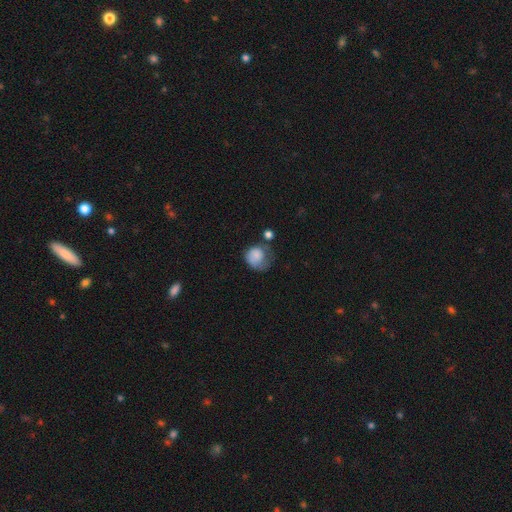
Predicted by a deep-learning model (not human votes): Smooth or featured? smooth (77%)
How rounded? round (74%)
Merging? major disturbance (32%)